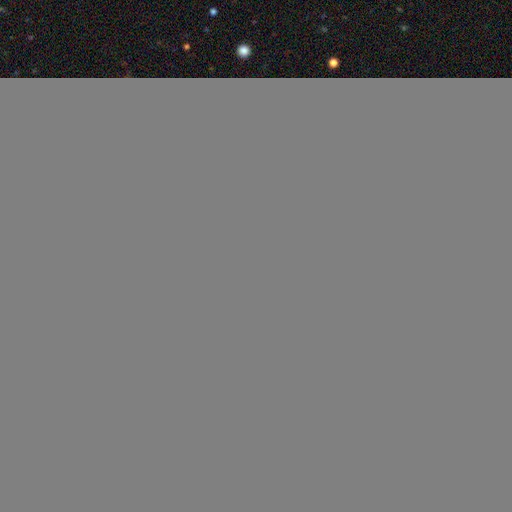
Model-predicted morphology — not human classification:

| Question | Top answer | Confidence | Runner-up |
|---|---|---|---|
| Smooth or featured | smooth | 56% | featured or disk (38%) |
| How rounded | cigar-shaped | 74% | in between (25%) |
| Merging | none | 87% | minor disturbance (9%) |